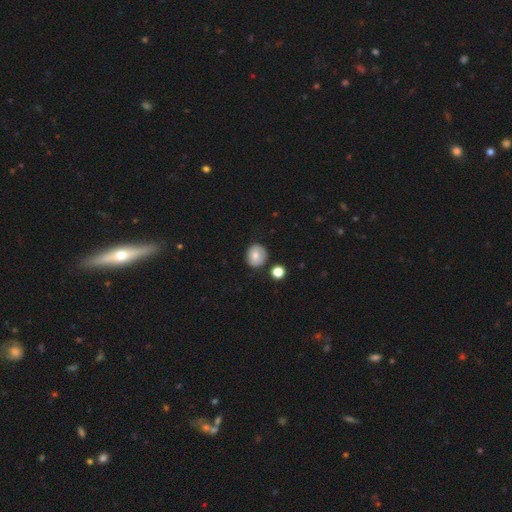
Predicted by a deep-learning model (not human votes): smooth_or_featured: smooth (p=0.74) [alt: featured or disk p=0.17]
how_rounded: round (p=0.75) [alt: in between p=0.24]
merging: none (p=0.79) [alt: minor disturbance p=0.14]